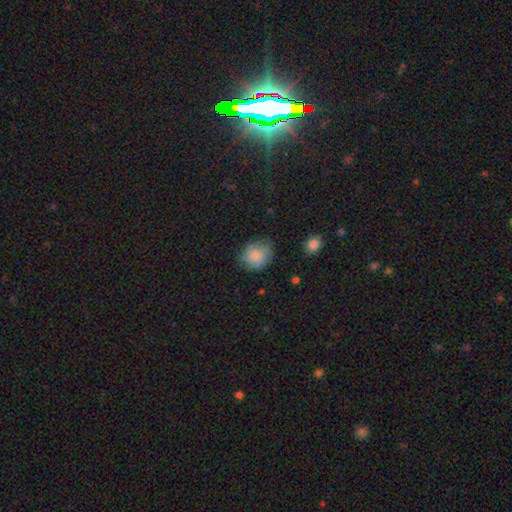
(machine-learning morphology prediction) type=smooth (72%); roundness=round (79%); merging=none (72%).